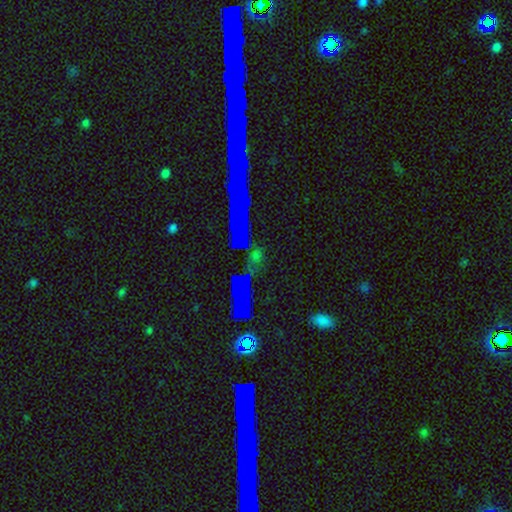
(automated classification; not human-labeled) smooth_or_featured: star or artifact (p=0.61) [alt: smooth p=0.24]